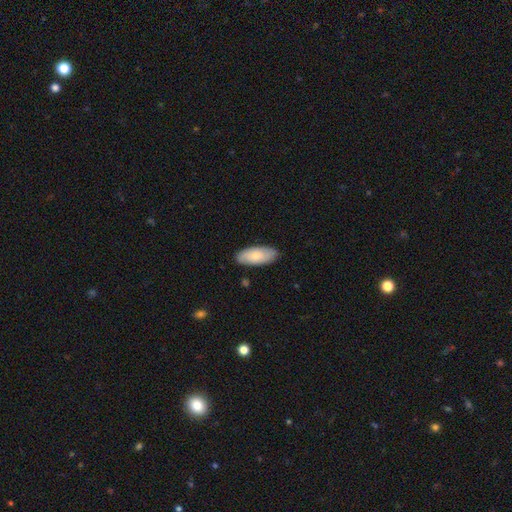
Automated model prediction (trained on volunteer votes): A smooth galaxy with no disk features (71%) that is in between round and cigar-shaped (88%). Merging: none (85%).